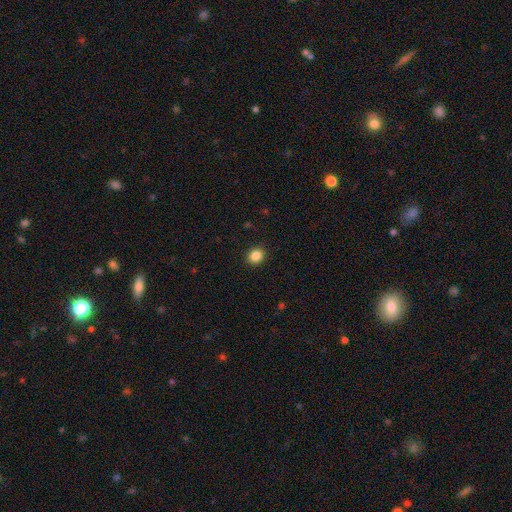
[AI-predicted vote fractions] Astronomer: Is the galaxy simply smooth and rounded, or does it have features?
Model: smooth — 86%.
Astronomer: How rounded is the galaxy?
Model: round — 71%.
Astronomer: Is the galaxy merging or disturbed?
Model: none — 91%.